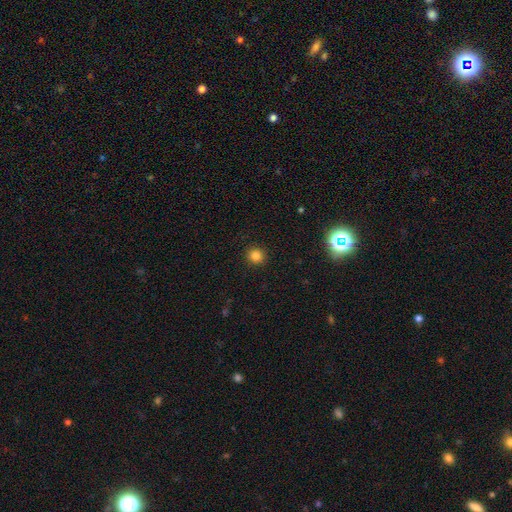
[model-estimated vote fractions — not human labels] A smooth galaxy with no disk features (82%) that is round (92%). Merging: none (92%).